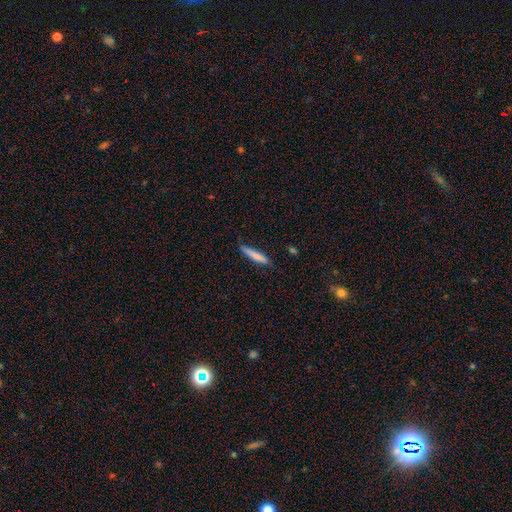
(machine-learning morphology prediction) Smooth or featured? smooth (77%)
How rounded? cigar-shaped (92%)
Merging? none (81%)